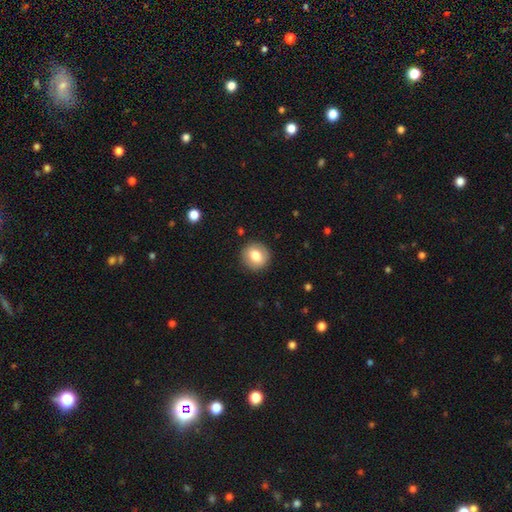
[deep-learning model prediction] Q: Smooth or featured?
A: smooth (77%); runner-up: featured or disk (14%)
Q: How rounded?
A: round (89%); runner-up: in between (10%)
Q: Merging?
A: none (90%); runner-up: minor disturbance (7%)